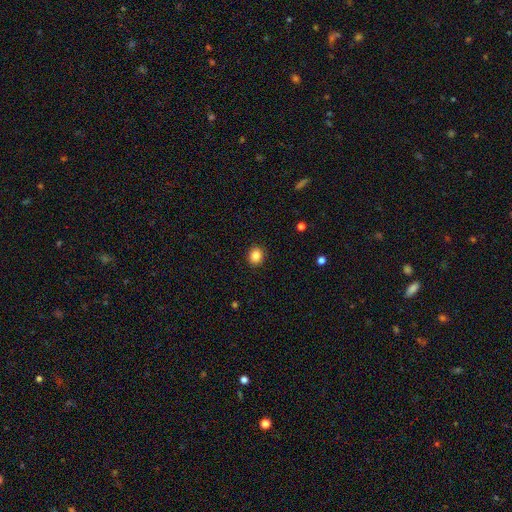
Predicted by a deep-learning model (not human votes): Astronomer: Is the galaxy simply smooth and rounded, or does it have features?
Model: smooth — 86%.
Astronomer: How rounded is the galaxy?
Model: round — 72%.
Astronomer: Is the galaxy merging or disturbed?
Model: none — 91%.